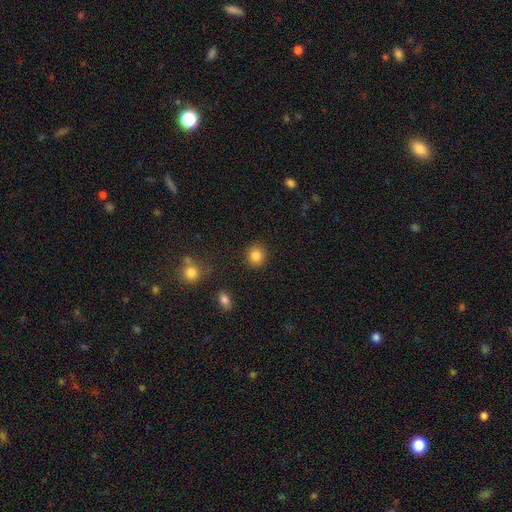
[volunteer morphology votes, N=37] type=smooth (89%); roundness=round (73%); merging=none (91%).